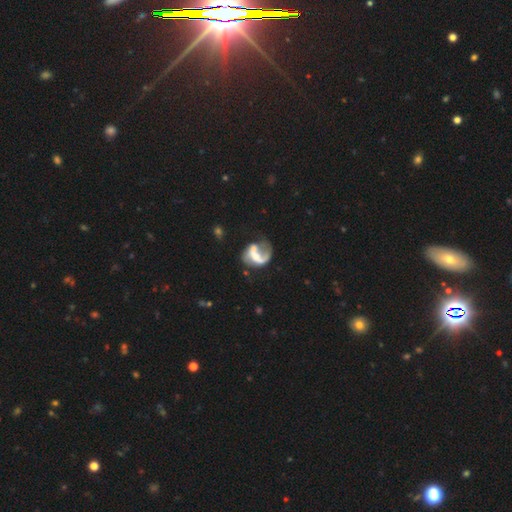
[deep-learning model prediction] Smooth or featured: featured or disk — 70% (smooth — 22%)
Edge-on disk: no — 98% (yes — 2%)
Bar: no — 45% (weak — 37%)
Spiral arms: yes — 74% (no — 26%)
Spiral winding: loose — 55% (medium — 32%)
Spiral arm count: 1 — 59% (2 — 30%)
Bulge size: moderate — 32% (small — 29%)
Merging: major disturbance — 41% (none — 33%)